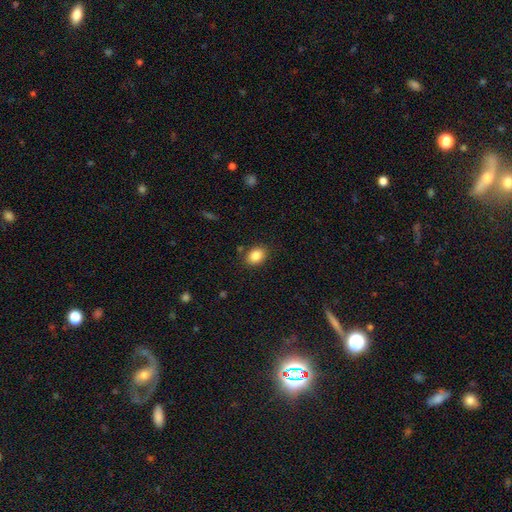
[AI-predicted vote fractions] Q: Smooth or featured?
A: smooth (86%); runner-up: star or artifact (9%)
Q: How rounded?
A: in between (65%); runner-up: round (34%)
Q: Merging?
A: none (84%); runner-up: minor disturbance (10%)